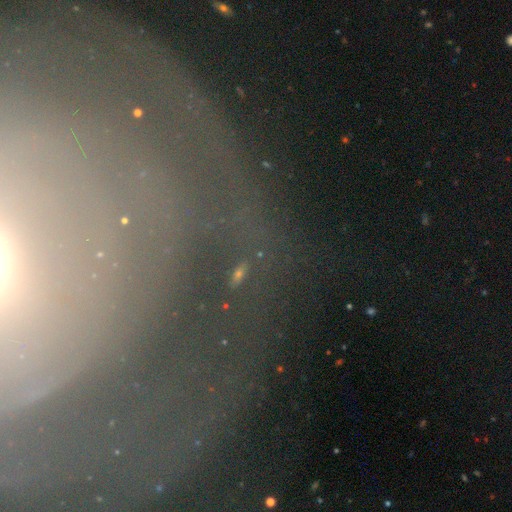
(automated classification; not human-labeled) Morphology: type=featured or disk (49%); merging=none (70%).